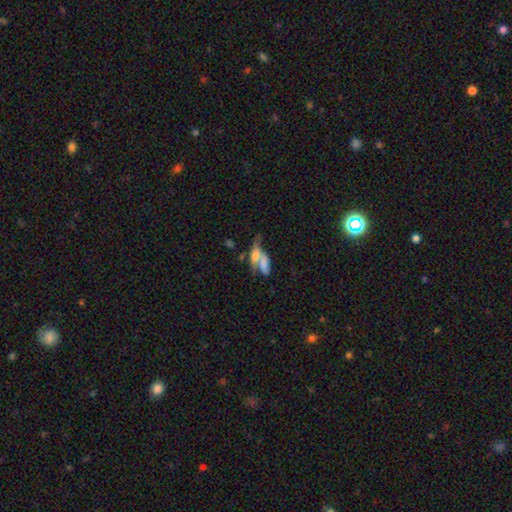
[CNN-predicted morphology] Smooth or featured?
  - smooth: 51% *
  - featured or disk: 37%
  - star or artifact: 12%
How rounded?
  - in between: 66% *
  - cigar-shaped: 26%
  - round: 8%
Merging?
  - merger: 63% *
  - none: 17%
  - major disturbance: 12%
  - minor disturbance: 9%